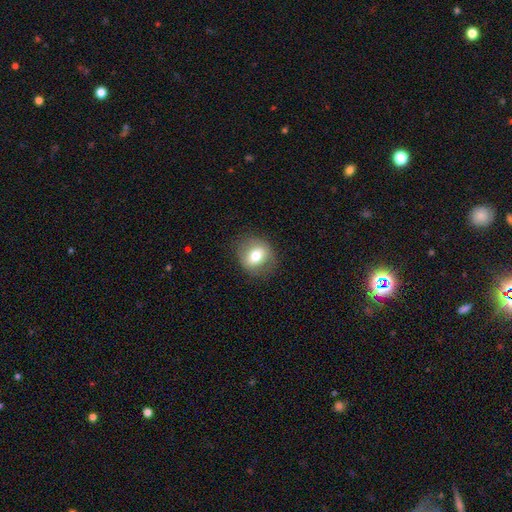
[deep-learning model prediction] A smooth galaxy with no disk features (65%) that is round (70%).

Vote fractions:
- Smooth or featured? smooth: 65% / featured or disk: 26% / star or artifact: 9%
- How rounded? round: 70% / in between: 29% / cigar-shaped: 1%
- Merging? none: 82% / minor disturbance: 13% / major disturbance: 5% / merger: 1%